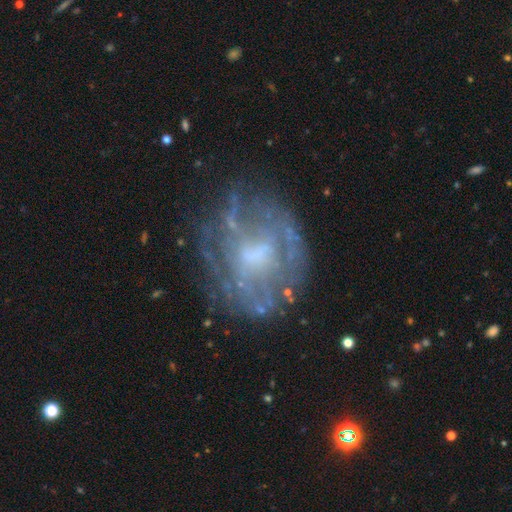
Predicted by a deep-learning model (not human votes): Smooth or featured: featured or disk — 71% (smooth — 18%)
Edge-on disk: no — 97% (yes — 3%)
Bar: no — 63% (weak — 31%)
Spiral arms: no — 53% (yes — 47%)
Bulge size: moderate — 40% (small — 31%)
Merging: none — 64% (minor disturbance — 19%)